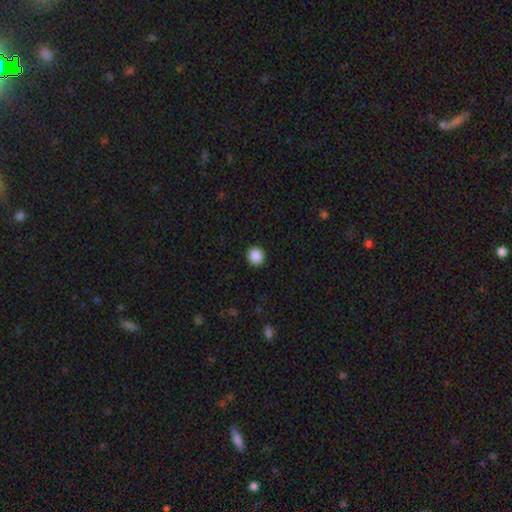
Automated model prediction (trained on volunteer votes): Smooth or featured? smooth (89%)
How rounded? round (90%)
Merging? none (92%)